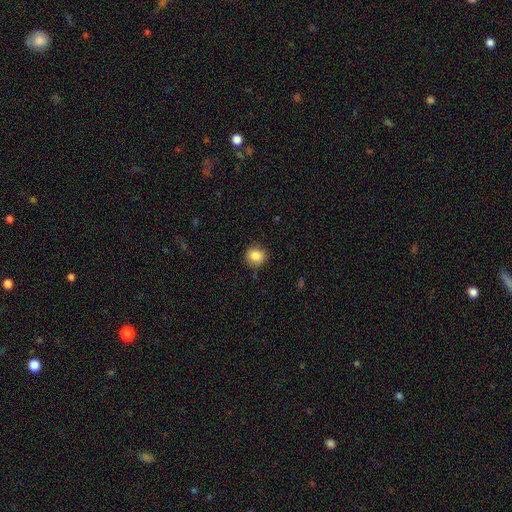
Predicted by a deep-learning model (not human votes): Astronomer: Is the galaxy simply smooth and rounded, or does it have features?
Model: smooth — 86%.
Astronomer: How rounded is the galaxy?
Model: round — 88%.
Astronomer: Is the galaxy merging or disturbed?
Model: none — 88%.